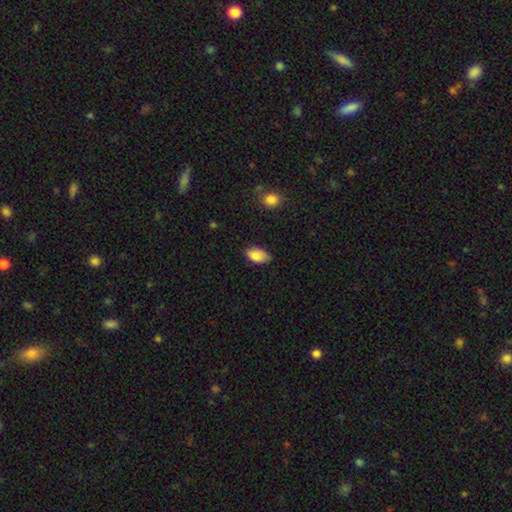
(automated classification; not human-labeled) A smooth galaxy with no disk features (85%) that is in between round and cigar-shaped (93%). Merging: none (75%).